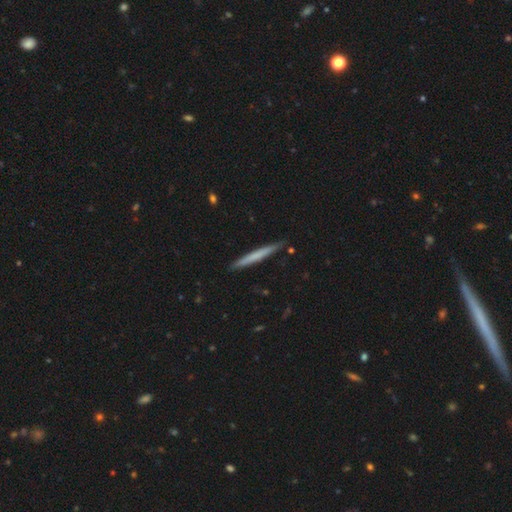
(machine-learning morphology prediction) Smooth or featured?
  - smooth: 60% *
  - featured or disk: 34%
  - star or artifact: 5%
How rounded?
  - cigar-shaped: 97% *
  - in between: 2%
  - round: 1%
Merging?
  - none: 89% *
  - minor disturbance: 8%
  - major disturbance: 1%
  - merger: 1%